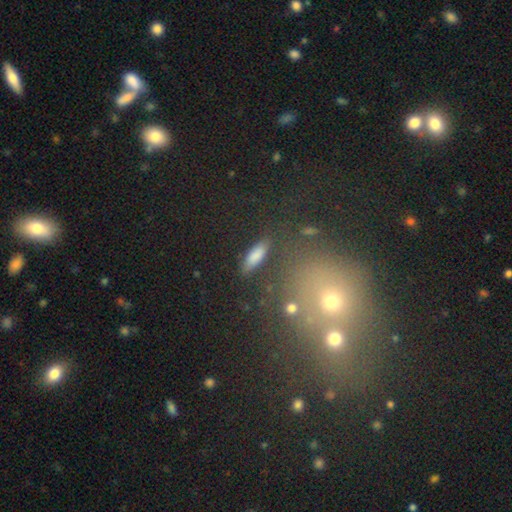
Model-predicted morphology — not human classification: type=smooth (78%); roundness=in between (51%); merging=none (82%).